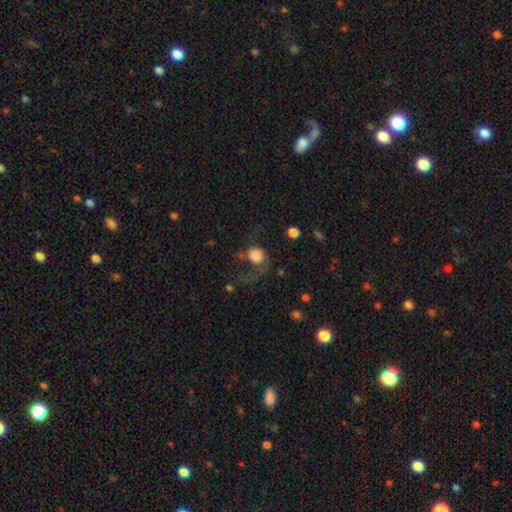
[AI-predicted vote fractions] smooth 70%, featured or disk 21%, star or artifact 9%. Down the decision tree: how rounded — round (73%); merging — major disturbance (48%).